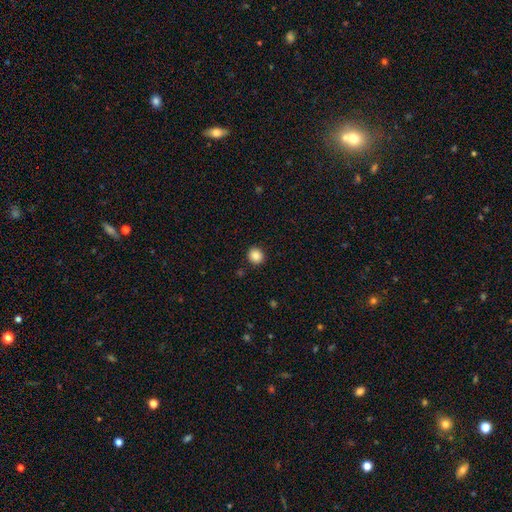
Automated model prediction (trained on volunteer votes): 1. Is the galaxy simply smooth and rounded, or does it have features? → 86% smooth, 10% star or artifact, 4% featured or disk.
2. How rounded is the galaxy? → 85% round, 14% in between, 1% cigar-shaped.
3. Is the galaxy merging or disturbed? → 91% none, 6% minor disturbance, 2% major disturbance, 1% merger.